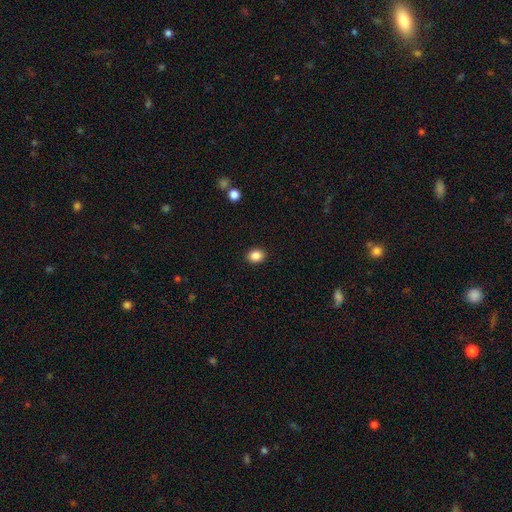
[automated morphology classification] A smooth galaxy with no disk features (87%) that is in between round and cigar-shaped (51%).

Vote fractions:
- Smooth or featured? smooth: 87% / star or artifact: 10% / featured or disk: 3%
- How rounded? in between: 51% / round: 49% / cigar-shaped: 1%
- Merging? none: 91% / minor disturbance: 6% / major disturbance: 2% / merger: 1%